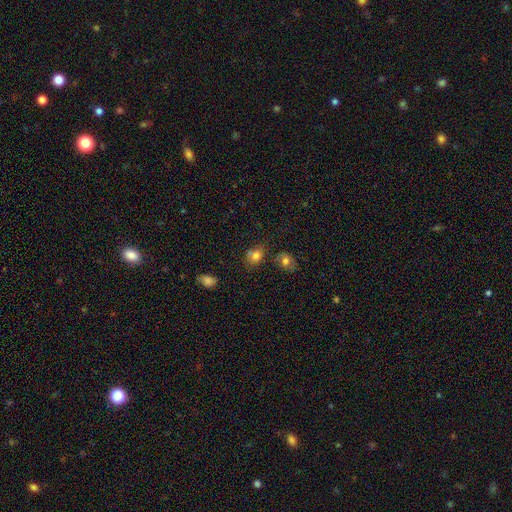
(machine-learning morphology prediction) This is likely a smooth galaxy (77%). How rounded: possibly in between (50%). Merging: possibly none (57%).